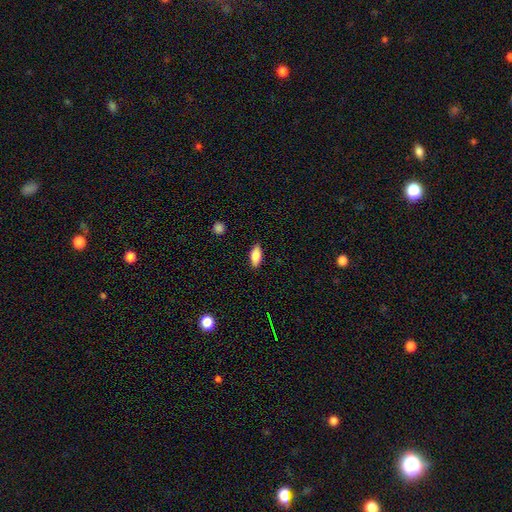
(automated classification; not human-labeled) smooth-or-featured: smooth: 78% | featured or disk: 15% | star or artifact: 7%
  how-rounded: in between: 82% | cigar-shaped: 15% | round: 3%
  merging: none: 88% | minor disturbance: 9% | major disturbance: 2% | merger: 1%